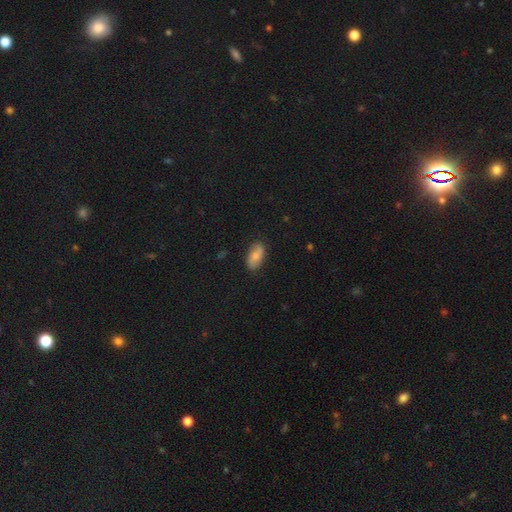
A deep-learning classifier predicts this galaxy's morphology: Smooth or featured?
  - smooth: 68% *
  - featured or disk: 25%
  - star or artifact: 7%
How rounded?
  - in between: 92% *
  - cigar-shaped: 5%
  - round: 4%
Merging?
  - none: 82% *
  - minor disturbance: 14%
  - major disturbance: 3%
  - merger: 1%